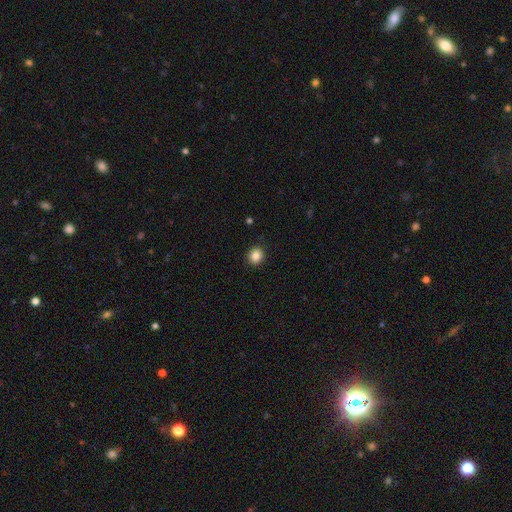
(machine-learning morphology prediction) smooth_or_featured: smooth (p=0.85) [alt: star or artifact p=0.10]
how_rounded: round (p=0.84) [alt: in between p=0.15]
merging: none (p=0.91) [alt: minor disturbance p=0.06]